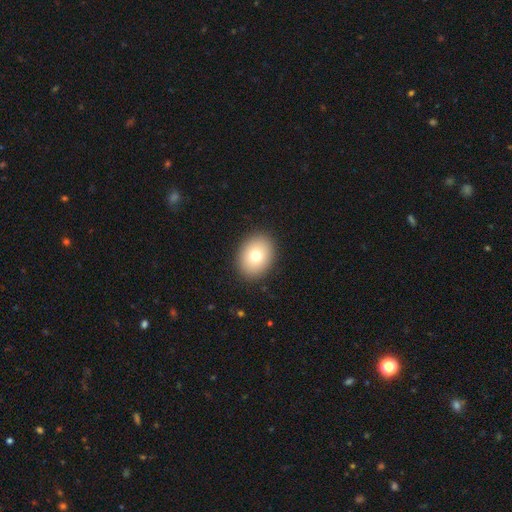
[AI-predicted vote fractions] A smooth galaxy with no disk features (76%) that is in between round and cigar-shaped (56%).

Vote fractions:
- Smooth or featured? smooth: 76% / featured or disk: 14% / star or artifact: 10%
- How rounded? in between: 56% / round: 43% / cigar-shaped: 1%
- Merging? none: 90% / minor disturbance: 6% / major disturbance: 2% / merger: 1%